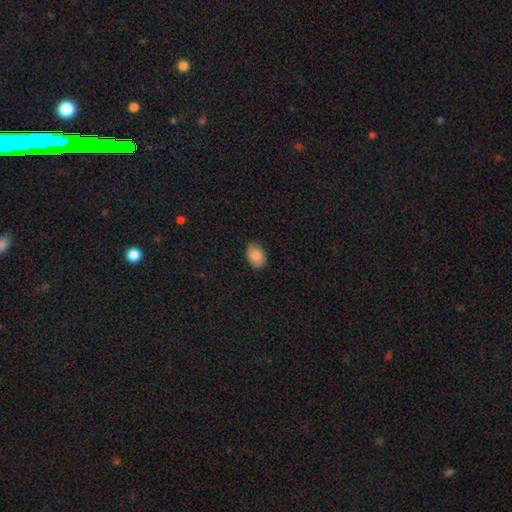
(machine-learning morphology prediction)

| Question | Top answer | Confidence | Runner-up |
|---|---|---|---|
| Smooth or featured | smooth | 87% | star or artifact (7%) |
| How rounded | in between | 76% | round (23%) |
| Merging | none | 81% | minor disturbance (15%) |